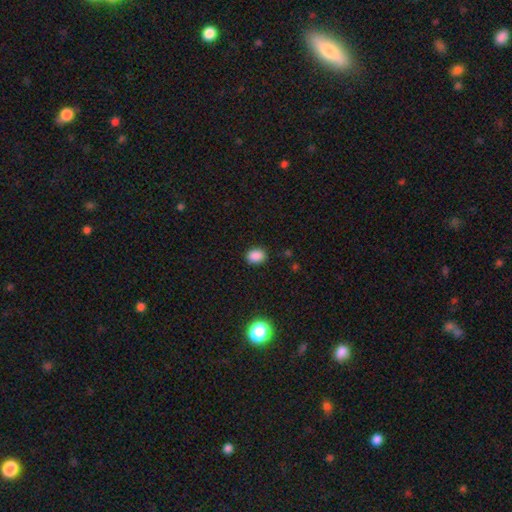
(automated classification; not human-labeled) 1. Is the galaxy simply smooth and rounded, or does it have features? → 87% smooth, 10% star or artifact, 3% featured or disk.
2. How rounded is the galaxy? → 64% in between, 35% round, 1% cigar-shaped.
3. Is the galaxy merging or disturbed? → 88% none, 9% minor disturbance, 2% major disturbance, 1% merger.